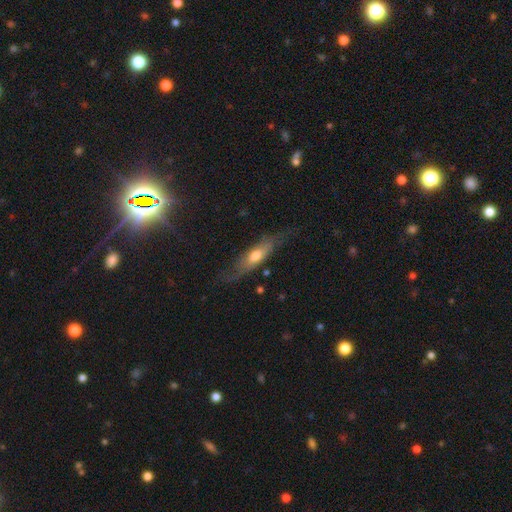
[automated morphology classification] Smooth or featured: featured or disk — 51% (smooth — 43%)
Edge-on disk: yes — 57% (no — 43%)
Merging: none — 64% (minor disturbance — 23%)